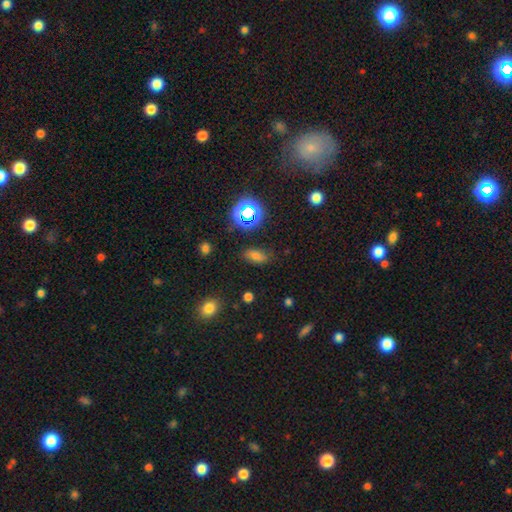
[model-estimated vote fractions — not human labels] The model was most divided on "smooth or featured": smooth: 66%, star or artifact: 25%, featured or disk: 9%. More confident: how rounded — in between (83%); merging — none (76%).